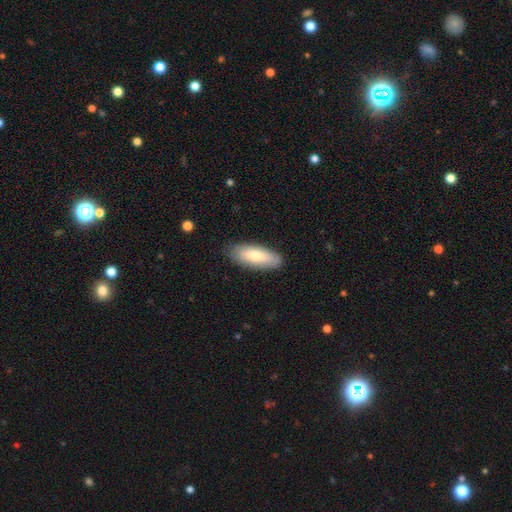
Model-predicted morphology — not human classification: Q: Smooth or featured?
A: smooth (74%); runner-up: featured or disk (20%)
Q: How rounded?
A: in between (70%); runner-up: cigar-shaped (28%)
Q: Merging?
A: none (85%); runner-up: minor disturbance (12%)